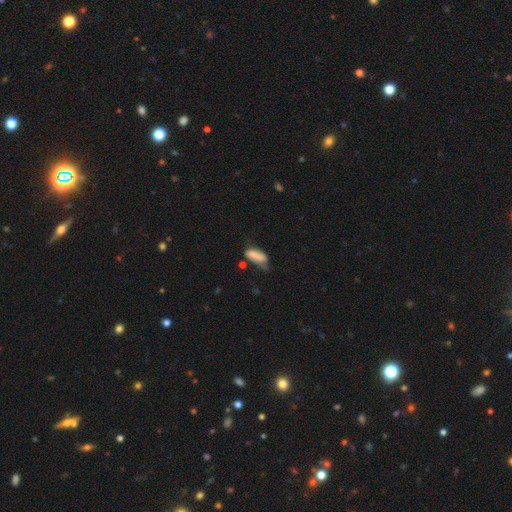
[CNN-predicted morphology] smooth 78%, featured or disk 13%, star or artifact 9%. Down the decision tree: how rounded — in between (71%); merging — minor disturbance (37%).